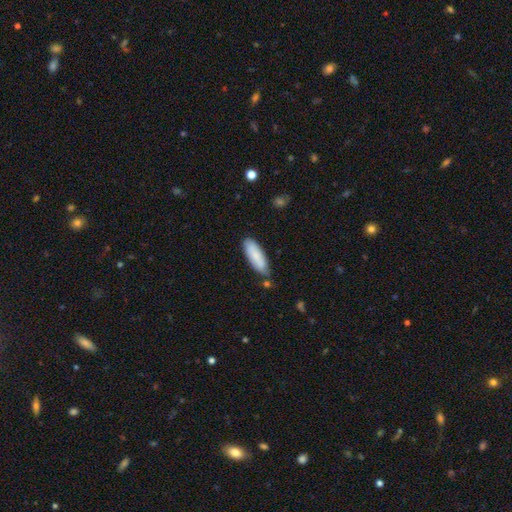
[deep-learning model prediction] smooth_or_featured: smooth (p=0.82) [alt: featured or disk p=0.12]
how_rounded: in between (p=0.62) [alt: cigar-shaped p=0.37]
merging: none (p=0.72) [alt: minor disturbance p=0.19]